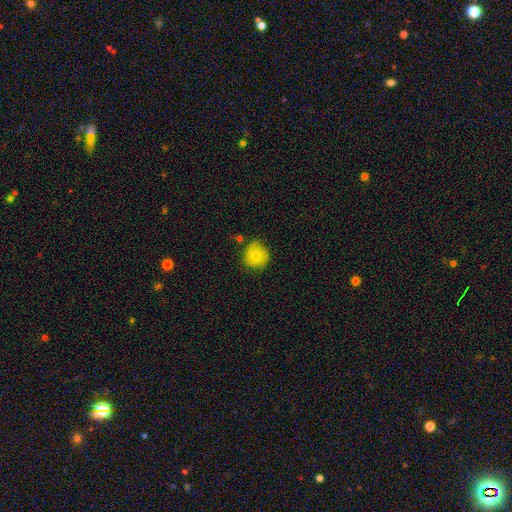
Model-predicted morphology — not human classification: The model was most divided on "merging": none: 73%, minor disturbance: 20%, major disturbance: 4%, merger: 3%. More confident: how rounded — round (88%); smooth or featured — smooth (76%).